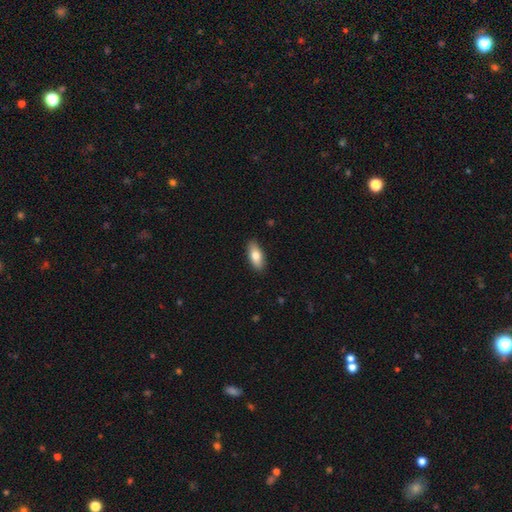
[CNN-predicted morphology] type=smooth (78%); roundness=in between (83%); merging=none (89%).